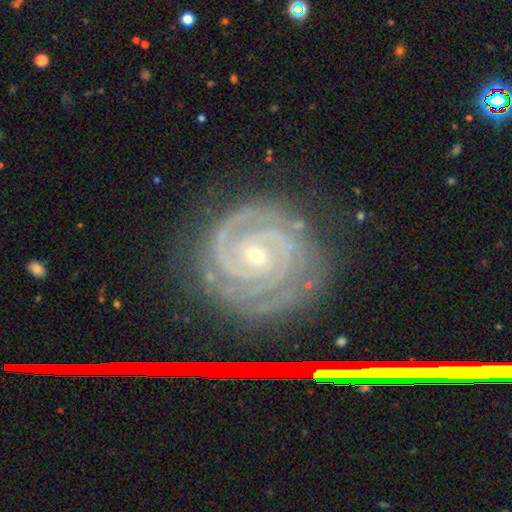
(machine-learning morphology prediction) Q: Smooth or featured?
A: featured or disk (91%); runner-up: star or artifact (6%)
Q: Edge-on disk?
A: no (98%); runner-up: yes (2%)
Q: Bar?
A: no (65%); runner-up: weak (23%)
Q: Spiral arms?
A: yes (99%); runner-up: no (1%)
Q: Spiral winding?
A: tight (85%); runner-up: medium (13%)
Q: Spiral arm count?
A: 2 (60%); runner-up: 3 (21%)
Q: Bulge size?
A: small (73%); runner-up: moderate (24%)
Q: Merging?
A: none (78%); runner-up: minor disturbance (16%)